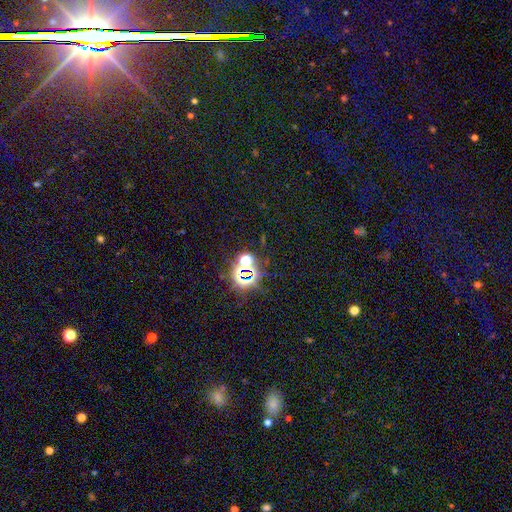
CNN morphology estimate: This is likely a star or artifact rather than a galaxy (72%).